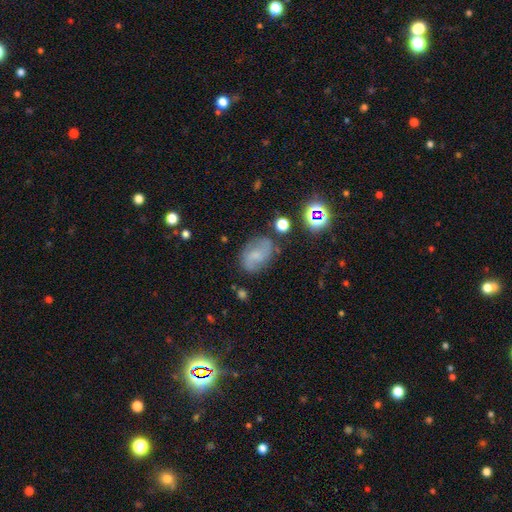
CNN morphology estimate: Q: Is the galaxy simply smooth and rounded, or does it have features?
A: featured or disk — 48%.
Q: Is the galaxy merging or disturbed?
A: none — 69%.